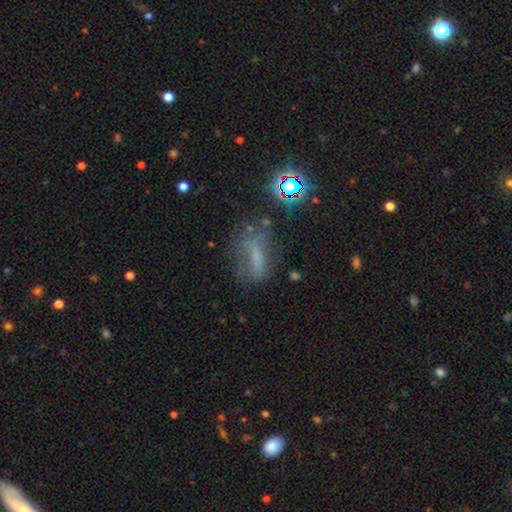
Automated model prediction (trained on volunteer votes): This appears to be a smooth galaxy with no disk features (41%). Merging: none (44%).